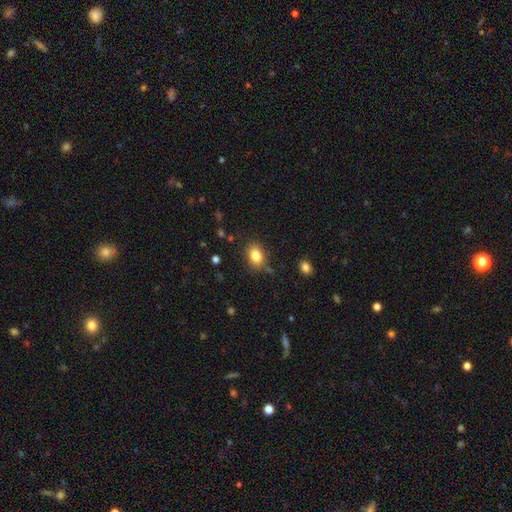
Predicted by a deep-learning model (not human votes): smooth 83%, star or artifact 10%, featured or disk 7%. Down the decision tree: how rounded — in between (68%); merging — none (82%).